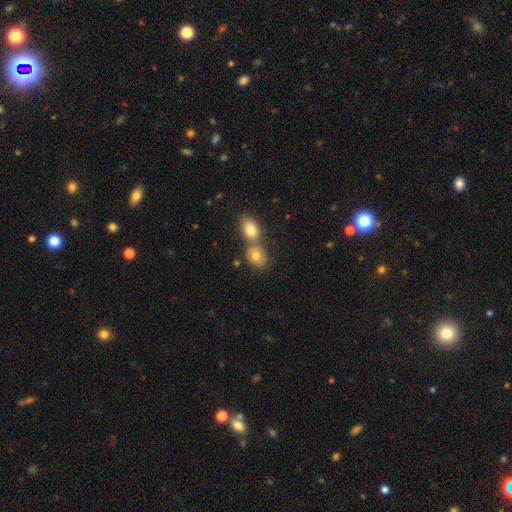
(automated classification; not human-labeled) Smooth or featured? smooth (75%)
How rounded? in between (53%)
Merging? merger (48%)